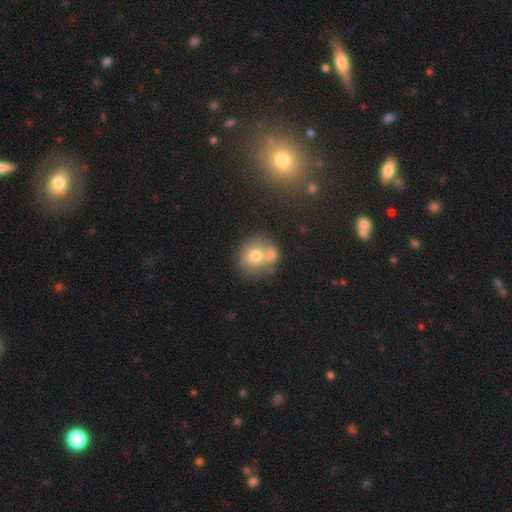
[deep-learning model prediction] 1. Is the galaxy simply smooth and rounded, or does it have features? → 69% smooth, 21% featured or disk, 10% star or artifact.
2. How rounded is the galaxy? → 83% round, 16% in between, 1% cigar-shaped.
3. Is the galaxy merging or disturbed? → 45% merger, 41% none, 10% minor disturbance, 4% major disturbance.